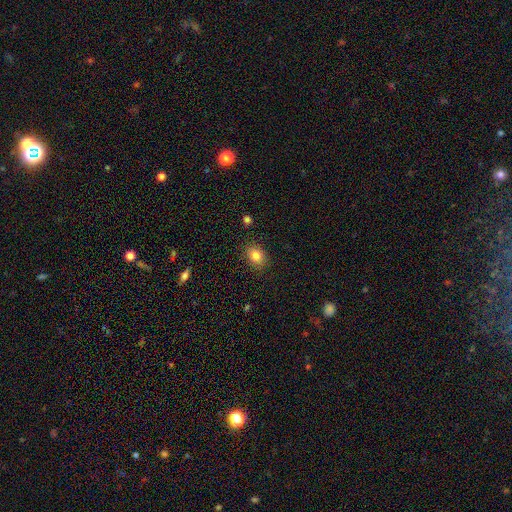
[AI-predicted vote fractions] smooth-or-featured: smooth: 83% | star or artifact: 10% | featured or disk: 7%
  how-rounded: in between: 60% | round: 39% | cigar-shaped: 1%
  merging: none: 86% | minor disturbance: 10% | major disturbance: 2% | merger: 1%